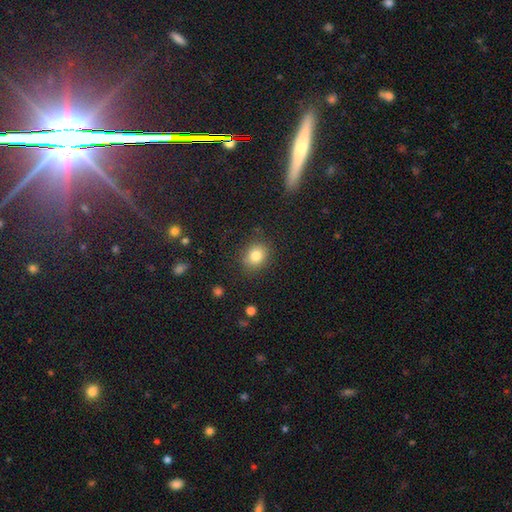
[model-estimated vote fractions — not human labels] smooth-or-featured: smooth: 80% | star or artifact: 12% | featured or disk: 8%
  how-rounded: round: 65% | in between: 34% | cigar-shaped: 1%
  merging: none: 84% | minor disturbance: 11% | major disturbance: 4% | merger: 2%